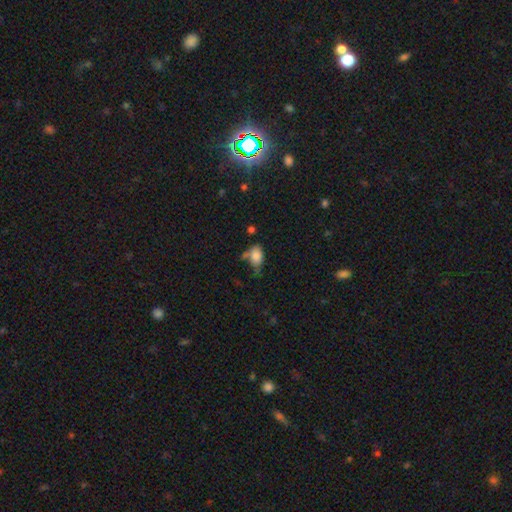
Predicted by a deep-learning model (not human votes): Smooth or featured: smooth — 82% (star or artifact — 9%)
How rounded: in between — 82% (round — 17%)
Merging: none — 44% (minor disturbance — 29%)